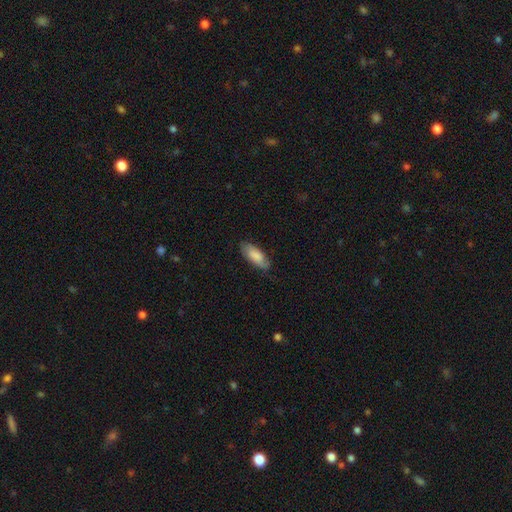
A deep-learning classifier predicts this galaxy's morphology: The model was most divided on "how rounded": in between: 79%, cigar-shaped: 20%, round: 2%. More confident: merging — none (78%); smooth or featured — smooth (77%).